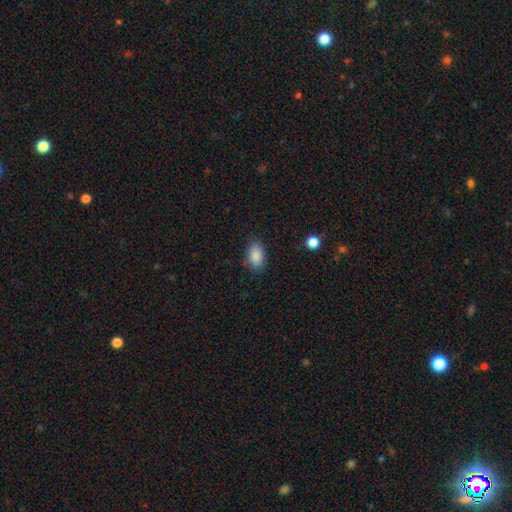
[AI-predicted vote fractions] This is clearly a smooth galaxy (88%). How rounded: clearly in between (88%). Merging: clearly none (82%).